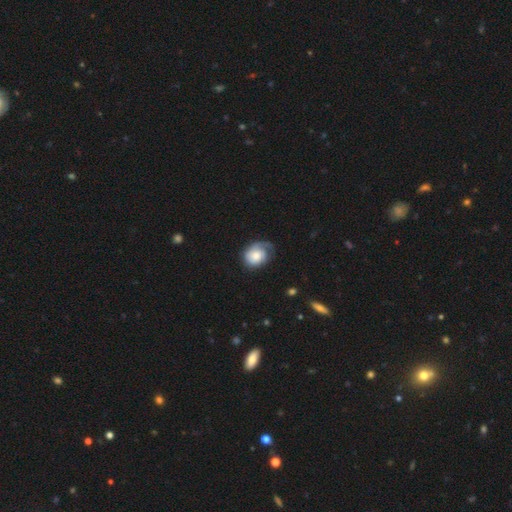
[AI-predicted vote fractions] Smooth or featured? smooth (47%)
Merging? none (46%)